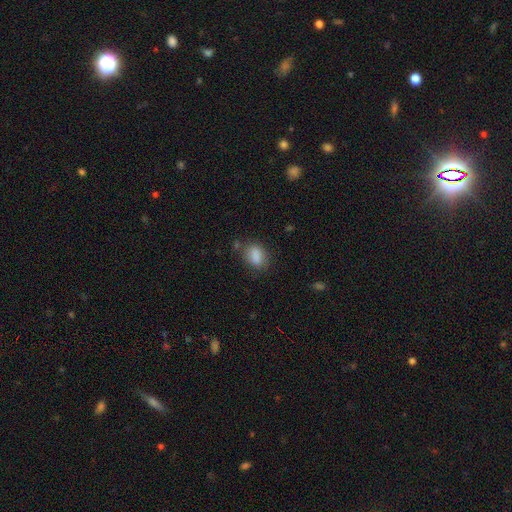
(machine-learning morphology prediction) smooth 85%, star or artifact 9%, featured or disk 6%. Down the decision tree: how rounded — in between (76%); merging — none (72%).